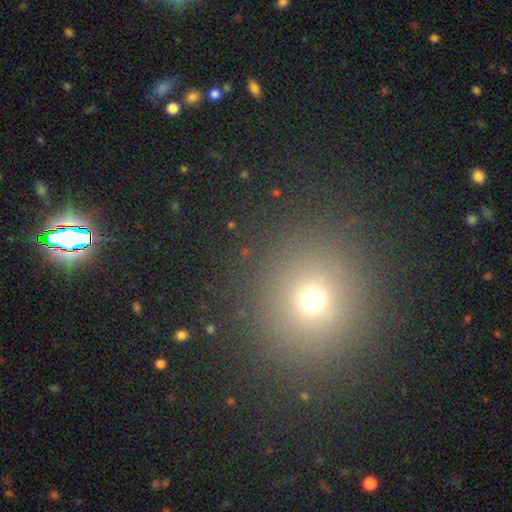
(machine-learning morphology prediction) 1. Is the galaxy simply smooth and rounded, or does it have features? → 58% smooth, 34% star or artifact, 8% featured or disk.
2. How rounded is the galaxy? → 86% round, 13% in between, 1% cigar-shaped.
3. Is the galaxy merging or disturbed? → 90% none, 5% minor disturbance, 3% major disturbance, 2% merger.